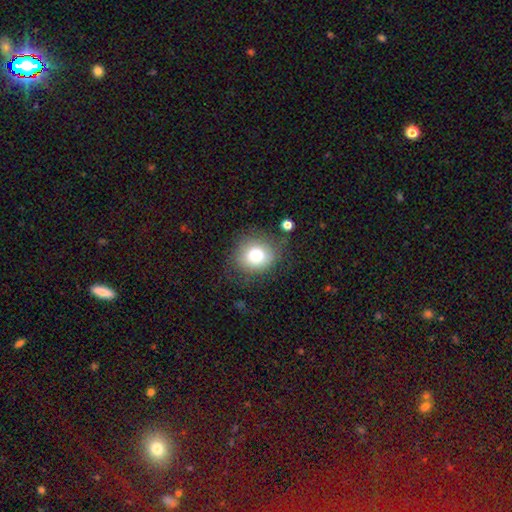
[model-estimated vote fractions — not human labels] Overall: smooth (77%). How rounded: round (77%). Merging: none (73%).